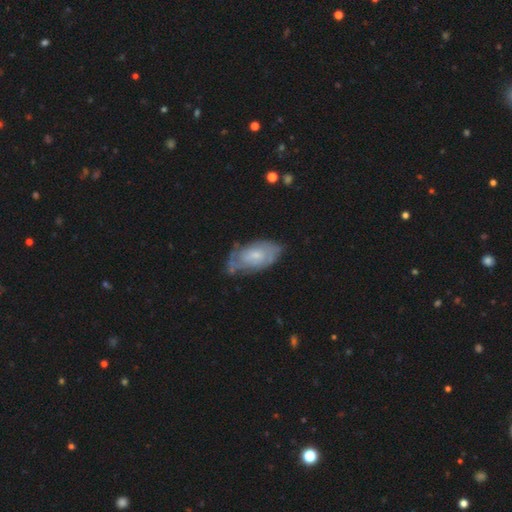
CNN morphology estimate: Smooth or featured: featured or disk — 60% (smooth — 34%)
Edge-on disk: no — 93% (yes — 7%)
Bar: no — 67% (weak — 29%)
Spiral arms: yes — 73% (no — 27%)
Bulge size: small — 62% (moderate — 28%)
Merging: none — 56% (minor disturbance — 30%)